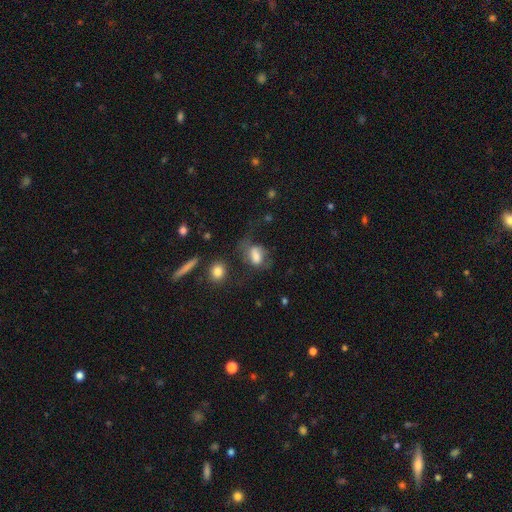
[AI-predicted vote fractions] Smooth or featured? Predicted: smooth (p=0.63). How rounded? Predicted: in between (p=0.75). Merging? Predicted: none (p=0.36).